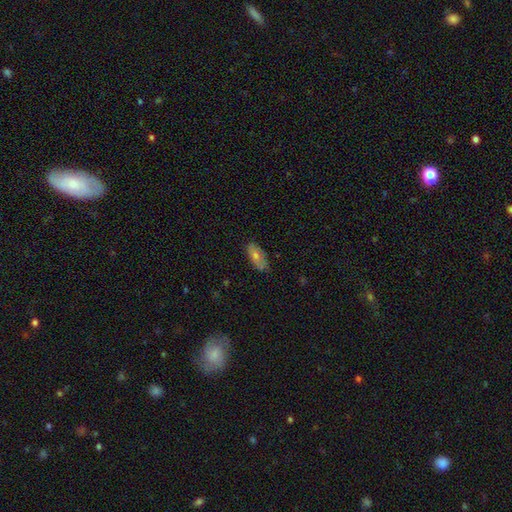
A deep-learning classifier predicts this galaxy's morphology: Smooth or featured?
  - smooth: 60% *
  - featured or disk: 30%
  - star or artifact: 9%
How rounded?
  - in between: 80% *
  - cigar-shaped: 16%
  - round: 3%
Merging?
  - none: 76% *
  - minor disturbance: 19%
  - major disturbance: 3%
  - merger: 1%